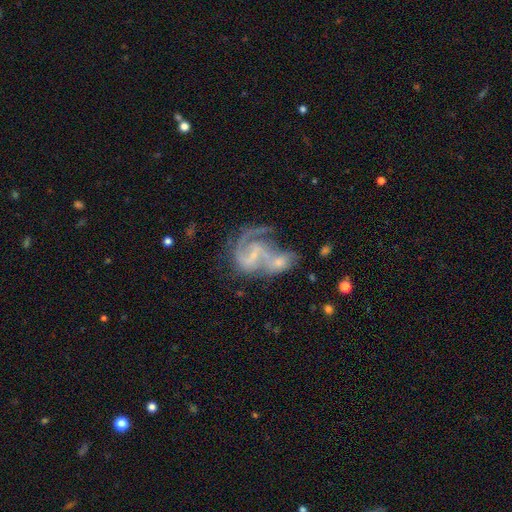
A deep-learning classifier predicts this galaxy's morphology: Q: Smooth or featured?
A: featured or disk (82%); runner-up: smooth (10%)
Q: Edge-on disk?
A: no (98%); runner-up: yes (2%)
Q: Bar?
A: weak (46%); runner-up: no (35%)
Q: Spiral arms?
A: yes (91%); runner-up: no (9%)
Q: Spiral winding?
A: medium (47%); runner-up: tight (27%)
Q: Spiral arm count?
A: 2 (58%); runner-up: 1 (18%)
Q: Bulge size?
A: small (61%); runner-up: moderate (20%)
Q: Merging?
A: merger (61%); runner-up: none (16%)